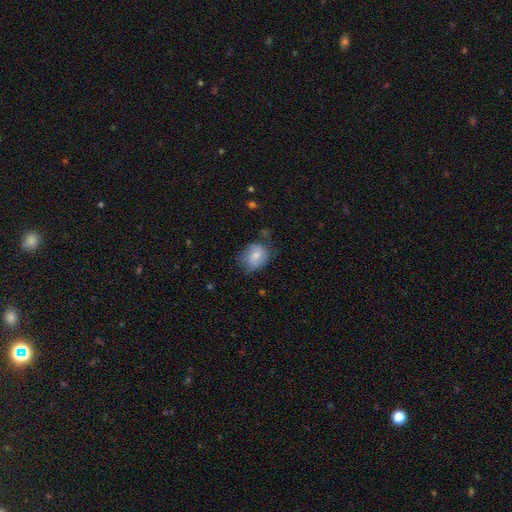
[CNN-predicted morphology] Overall: smooth (68%). How rounded: round (51%; in between 48%). Merging: none (57%; minor disturbance 30%).